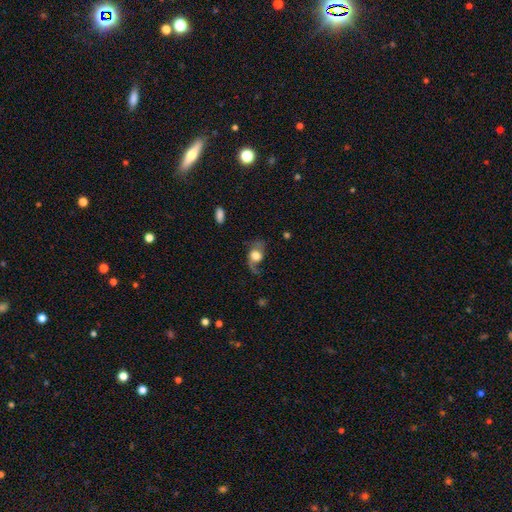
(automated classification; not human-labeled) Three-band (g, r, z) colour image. It shows a featured or disk galaxy (51%). Merging: none (39%).